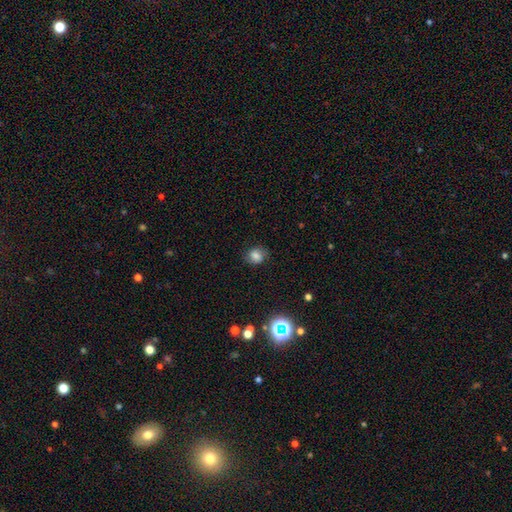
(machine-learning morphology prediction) type=smooth (70%); roundness=round (59%); merging=none (79%).